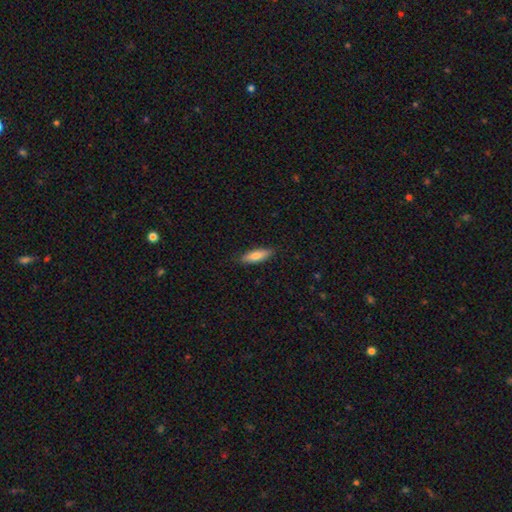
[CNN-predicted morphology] Smooth or featured: smooth — 75% (featured or disk — 19%)
How rounded: in between — 52% (cigar-shaped — 46%)
Merging: none — 86% (minor disturbance — 11%)